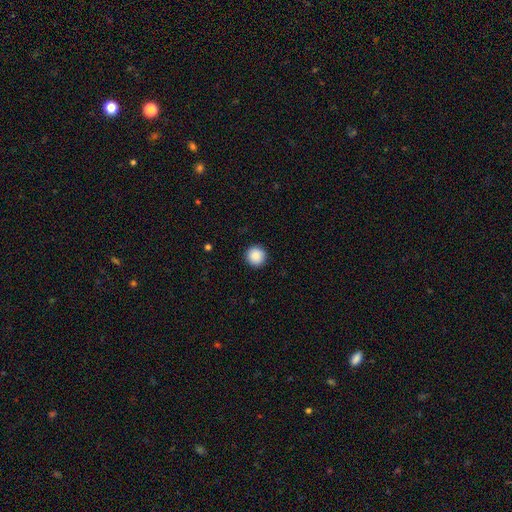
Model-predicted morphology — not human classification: Smooth or featured? smooth (89%)
How rounded? round (96%)
Merging? none (93%)